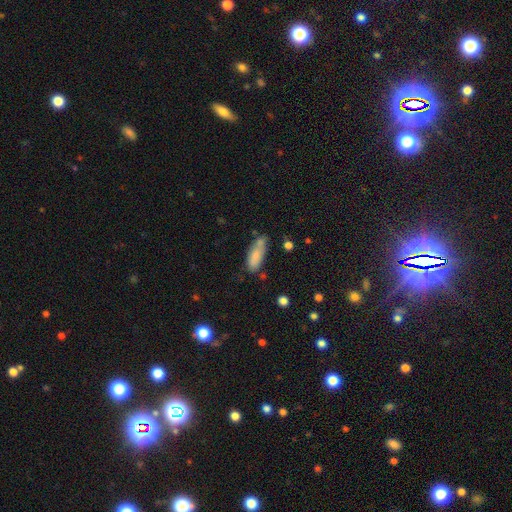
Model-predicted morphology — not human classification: Overall: smooth (79%). How rounded: in between (65%; cigar-shaped 33%). Merging: none (50%; minor disturbance 29%).